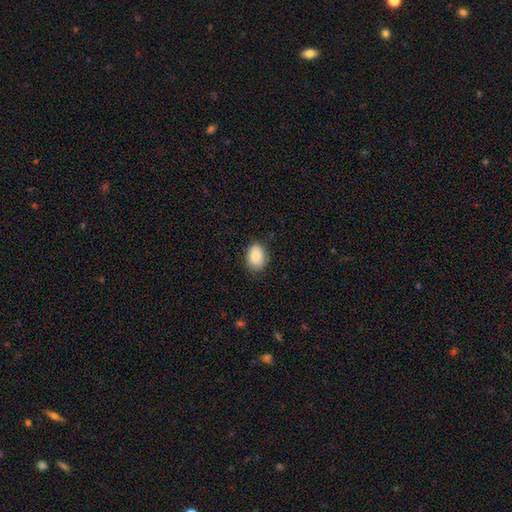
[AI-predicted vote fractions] Smooth or featured?
  - smooth: 82% *
  - featured or disk: 10%
  - star or artifact: 8%
How rounded?
  - in between: 74% *
  - round: 25%
  - cigar-shaped: 1%
Merging?
  - none: 79% *
  - minor disturbance: 17%
  - major disturbance: 3%
  - merger: 1%